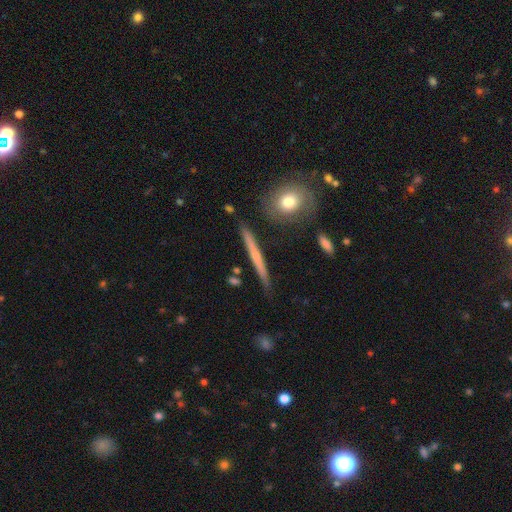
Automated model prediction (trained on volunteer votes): The model was most divided on "edge-on bulge": none: 55%, rounded: 40%, boxy: 5%. More confident: edge-on disk — yes (96%); merging — none (87%); smooth or featured — featured or disk (57%).